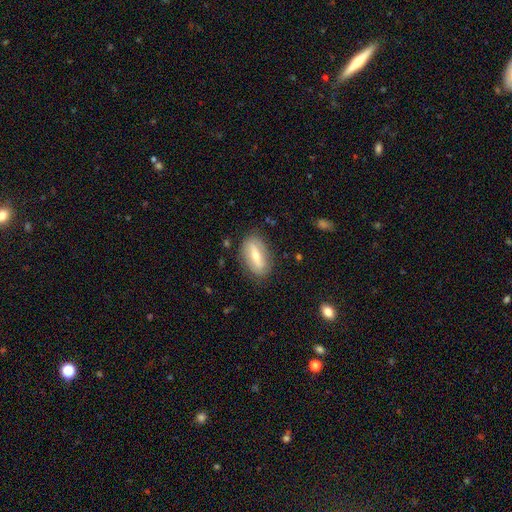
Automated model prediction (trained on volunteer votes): smooth-or-featured: featured or disk: 50% | smooth: 44% | star or artifact: 7%
  merging: none: 81% | minor disturbance: 13% | major disturbance: 4% | merger: 1%